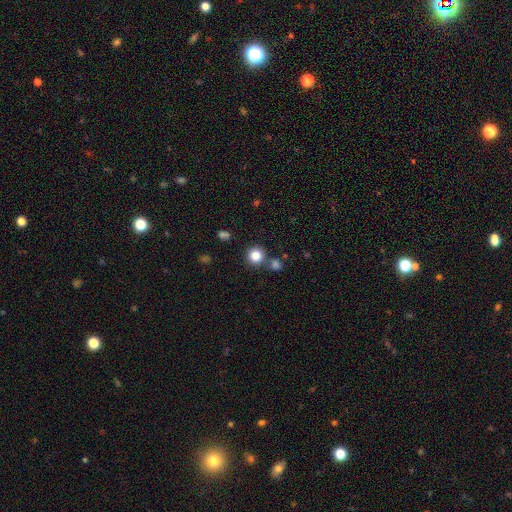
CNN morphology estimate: smooth 83%, star or artifact 11%, featured or disk 5%. Down the decision tree: how rounded — round (93%); merging — none (77%).